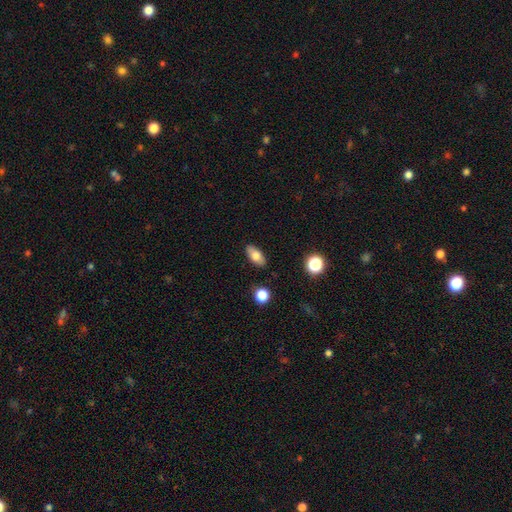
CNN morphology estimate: Overall: smooth (76%). How rounded: in between (87%). Merging: none (87%).